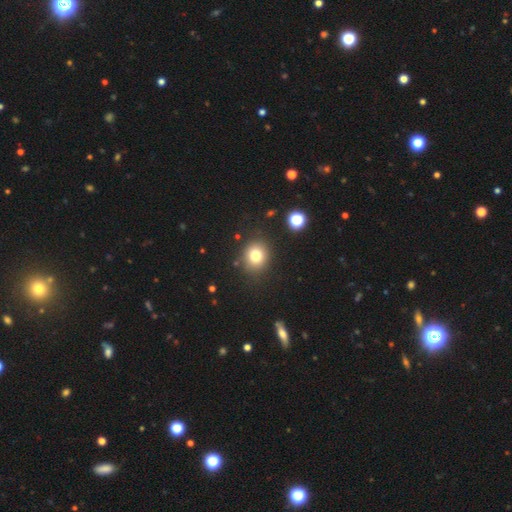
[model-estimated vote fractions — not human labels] smooth-or-featured: smooth: 78% | star or artifact: 14% | featured or disk: 9%
  how-rounded: round: 79% | in between: 21% | cigar-shaped: 1%
  merging: none: 85% | minor disturbance: 9% | major disturbance: 3% | merger: 3%